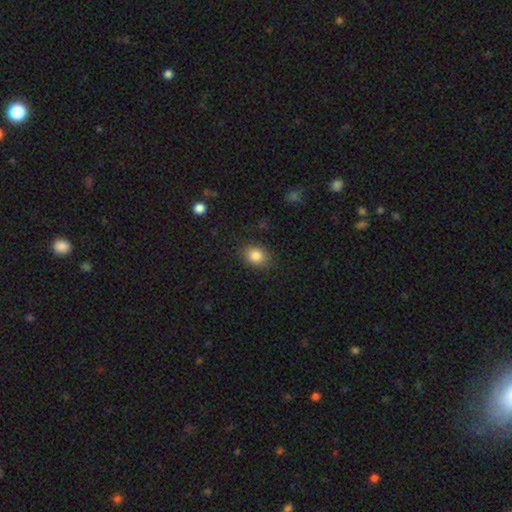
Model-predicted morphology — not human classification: Smooth or featured? Predicted: smooth (p=0.84). How rounded? Predicted: in between (p=0.56). Merging? Predicted: none (p=0.86).